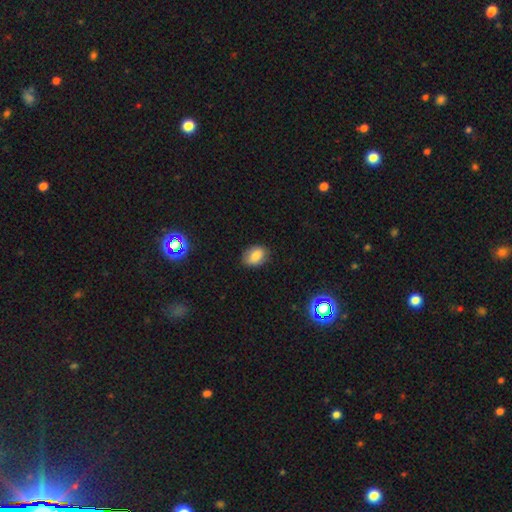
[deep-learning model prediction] Q: Smooth or featured?
A: smooth (80%); runner-up: featured or disk (10%)
Q: How rounded?
A: in between (72%); runner-up: round (26%)
Q: Merging?
A: none (82%); runner-up: minor disturbance (14%)